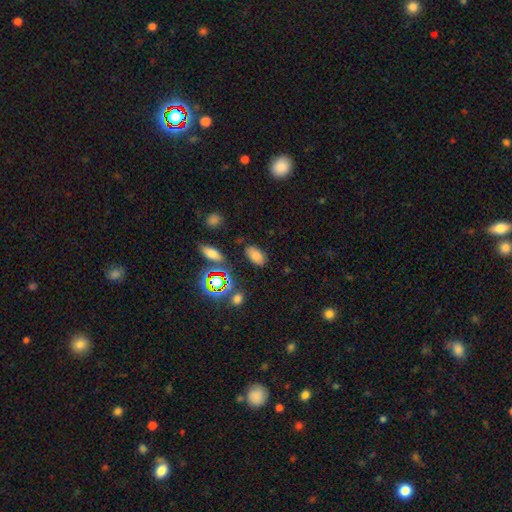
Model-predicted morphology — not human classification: A smooth galaxy with no disk features (72%) that is in between round and cigar-shaped (90%).

Vote fractions:
- Smooth or featured? smooth: 72% / star or artifact: 19% / featured or disk: 9%
- How rounded? in between: 90% / round: 8% / cigar-shaped: 2%
- Merging? none: 80% / minor disturbance: 12% / major disturbance: 4% / merger: 3%